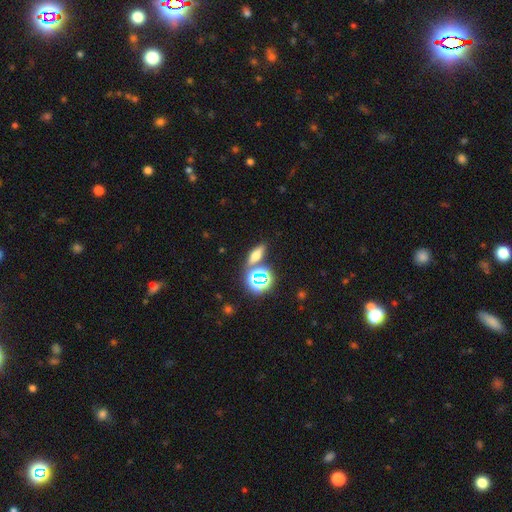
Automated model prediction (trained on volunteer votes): Overall: smooth (47%; star or artifact 27%). Merging: none (76%).